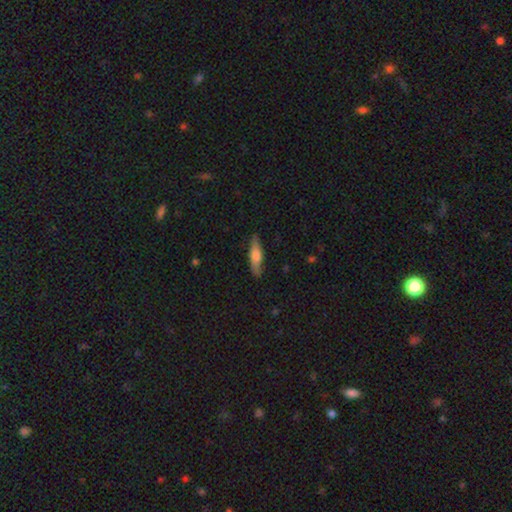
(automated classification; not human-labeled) smooth 64%, featured or disk 31%, star or artifact 6%. Down the decision tree: how rounded — cigar-shaped (67%); merging — none (84%).